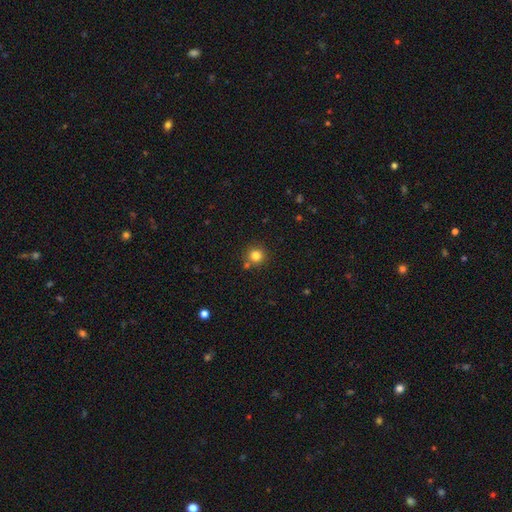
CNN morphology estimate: Smooth or featured: smooth — 82% (star or artifact — 13%)
How rounded: round — 94% (in between — 5%)
Merging: none — 79% (merger — 10%)